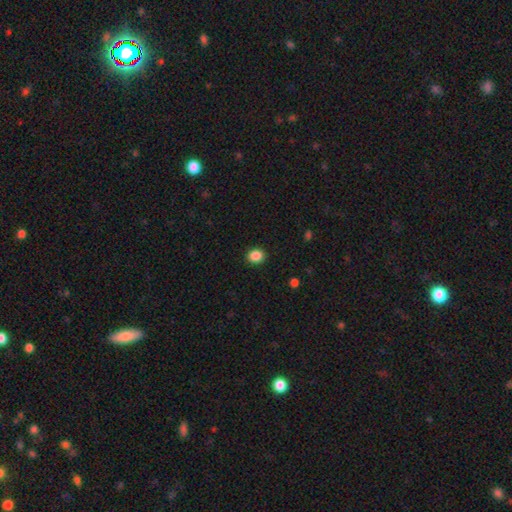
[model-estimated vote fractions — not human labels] Smooth or featured?
  - smooth: 87% *
  - star or artifact: 10%
  - featured or disk: 3%
How rounded?
  - round: 64% *
  - in between: 35%
  - cigar-shaped: 1%
Merging?
  - none: 91% *
  - minor disturbance: 6%
  - major disturbance: 2%
  - merger: 1%